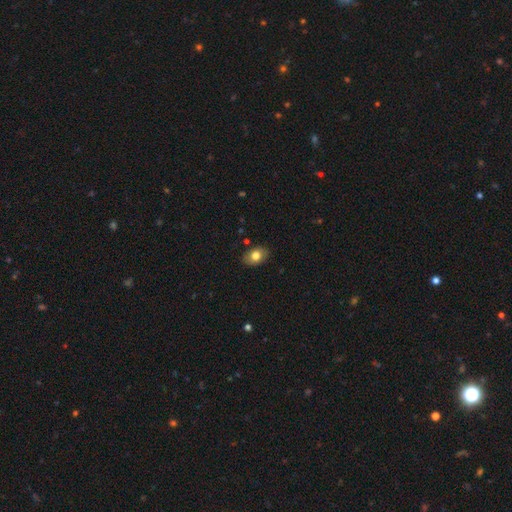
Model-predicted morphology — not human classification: A smooth galaxy with no disk features (79%) that is in between round and cigar-shaped (80%). Merging: none (85%).